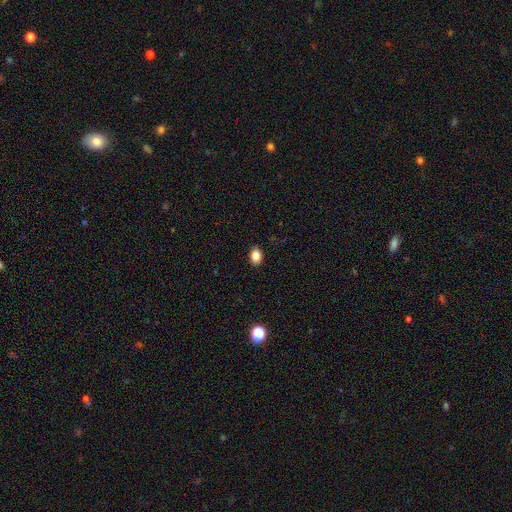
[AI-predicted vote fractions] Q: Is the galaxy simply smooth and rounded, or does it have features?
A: smooth — 86%.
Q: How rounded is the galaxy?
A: in between — 79%.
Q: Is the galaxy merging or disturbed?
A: none — 90%.